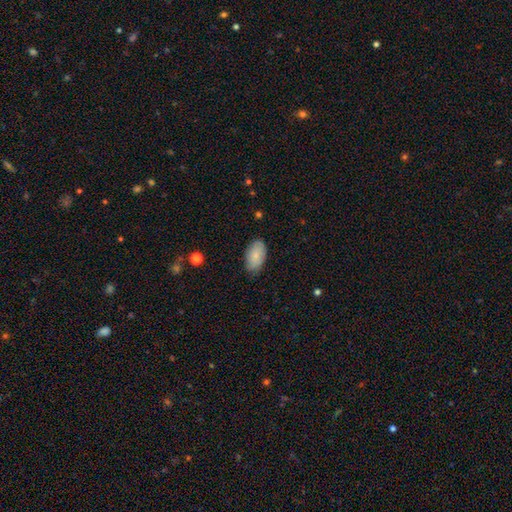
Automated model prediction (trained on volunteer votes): Smooth or featured? Predicted: smooth (p=0.82). How rounded? Predicted: in between (p=0.94). Merging? Predicted: none (p=0.81).